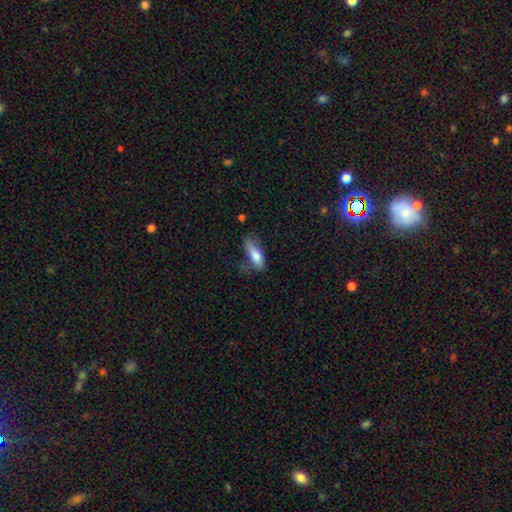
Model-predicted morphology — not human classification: This is likely a smooth galaxy (75%). How rounded: likely in between (64%). Merging: marginally none (42%).